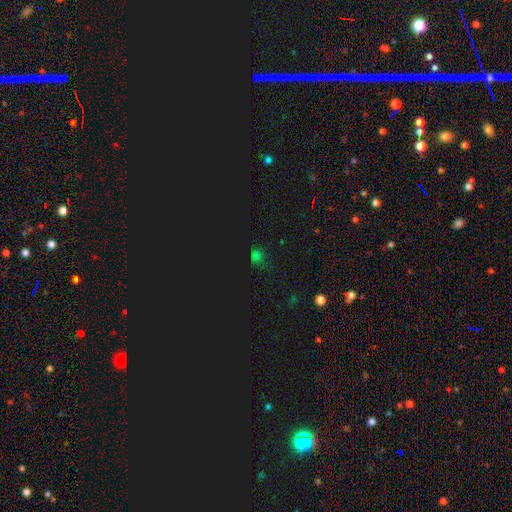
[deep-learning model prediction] Morphology: type=star or artifact (58%).